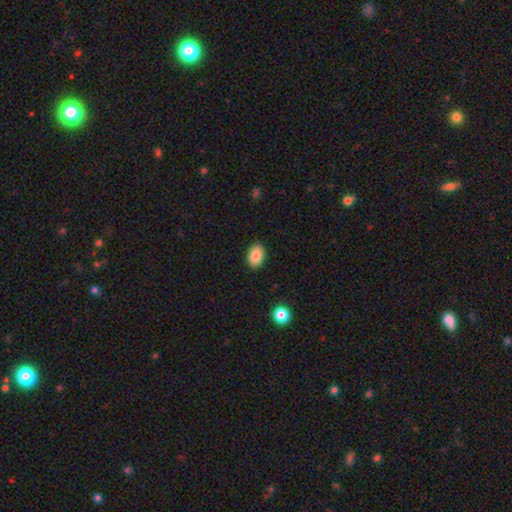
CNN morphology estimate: smooth-or-featured: smooth: 86% | star or artifact: 8% | featured or disk: 6%
  how-rounded: in between: 82% | round: 17% | cigar-shaped: 1%
  merging: none: 89% | minor disturbance: 8% | major disturbance: 2% | merger: 1%